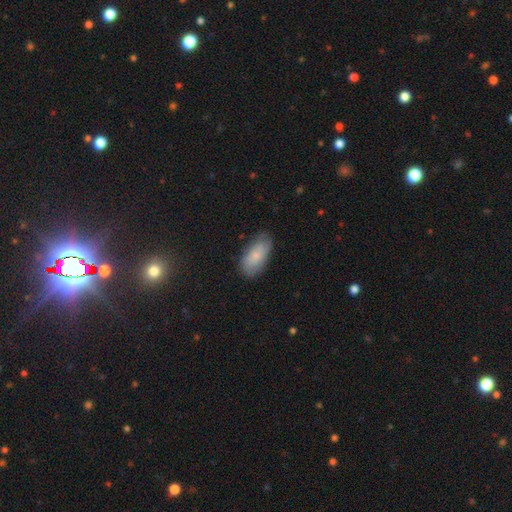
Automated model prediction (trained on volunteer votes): Smooth or featured? smooth (77%)
How rounded? in between (92%)
Merging? none (76%)